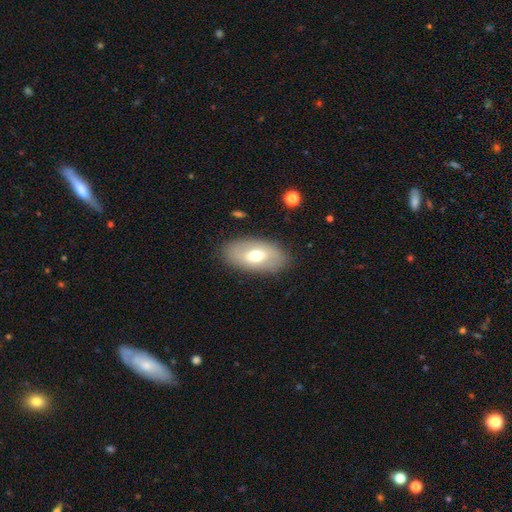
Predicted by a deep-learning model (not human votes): Smooth or featured: smooth — 57% (featured or disk — 36%)
How rounded: in between — 92% (round — 5%)
Merging: none — 84% (minor disturbance — 11%)